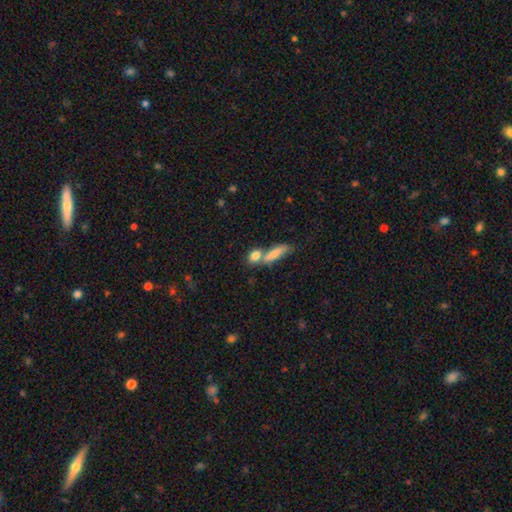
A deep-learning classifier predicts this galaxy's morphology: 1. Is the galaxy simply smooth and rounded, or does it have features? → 80% smooth, 11% featured or disk, 8% star or artifact.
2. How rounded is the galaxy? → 52% in between, 27% round, 21% cigar-shaped.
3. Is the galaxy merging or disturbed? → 44% merger, 42% none, 10% minor disturbance, 5% major disturbance.